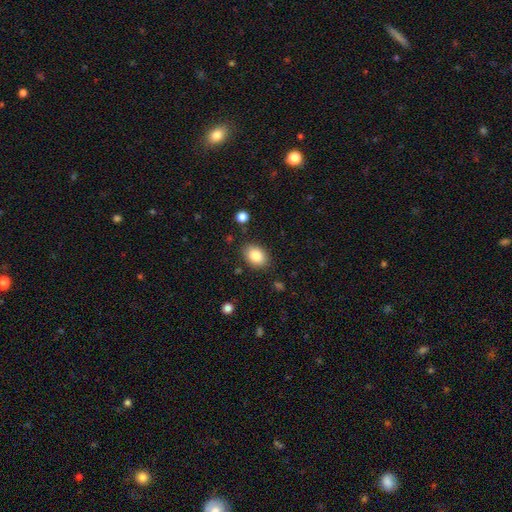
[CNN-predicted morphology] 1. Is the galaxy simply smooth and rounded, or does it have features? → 85% smooth, 8% star or artifact, 7% featured or disk.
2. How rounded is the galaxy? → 79% in between, 20% round, 1% cigar-shaped.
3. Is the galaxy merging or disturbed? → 85% none, 11% minor disturbance, 3% major disturbance, 2% merger.